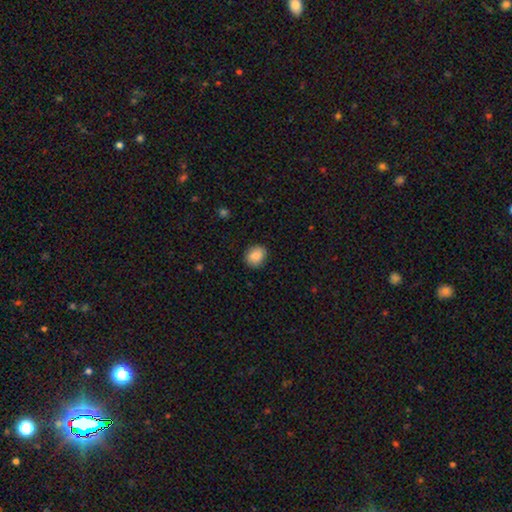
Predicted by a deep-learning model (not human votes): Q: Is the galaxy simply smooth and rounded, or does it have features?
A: smooth — 88%.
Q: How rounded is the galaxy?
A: round — 58%.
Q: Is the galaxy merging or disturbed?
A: none — 87%.